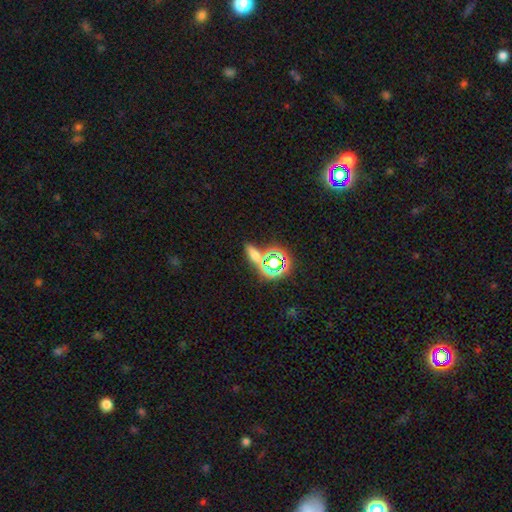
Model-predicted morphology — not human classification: This is possibly a smooth galaxy (48%). Merging: likely none (67%).